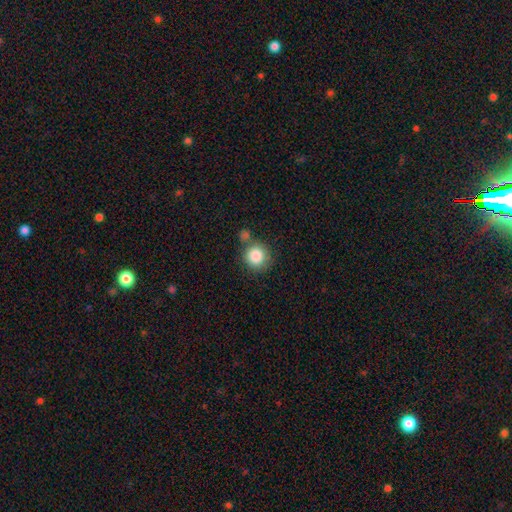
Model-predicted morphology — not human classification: Smooth or featured?
  - smooth: 85% *
  - star or artifact: 9%
  - featured or disk: 6%
How rounded?
  - round: 91% *
  - in between: 8%
  - cigar-shaped: 1%
Merging?
  - none: 67% *
  - merger: 17%
  - minor disturbance: 12%
  - major disturbance: 4%